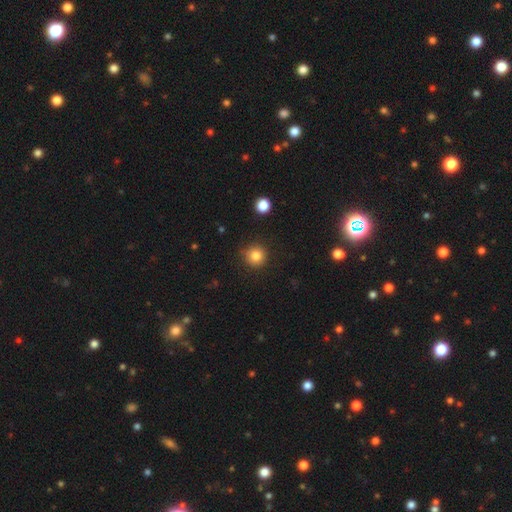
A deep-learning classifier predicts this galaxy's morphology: smooth-or-featured: smooth: 84% | star or artifact: 11% | featured or disk: 5%
  how-rounded: round: 94% | in between: 5% | cigar-shaped: 1%
  merging: none: 88% | minor disturbance: 8% | major disturbance: 2% | merger: 2%